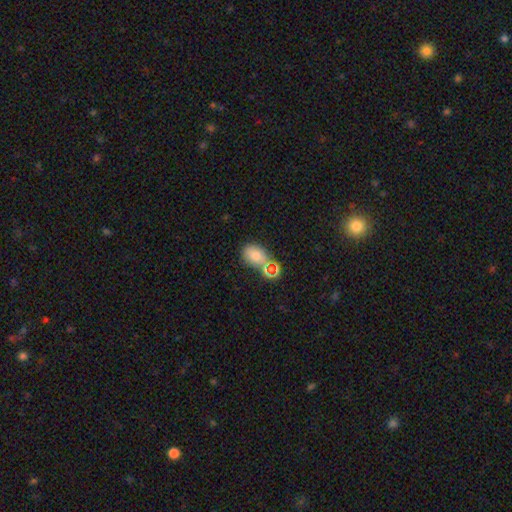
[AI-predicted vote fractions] smooth 72%, star or artifact 16%, featured or disk 12%. Down the decision tree: how rounded — in between (73%); merging — none (59%).